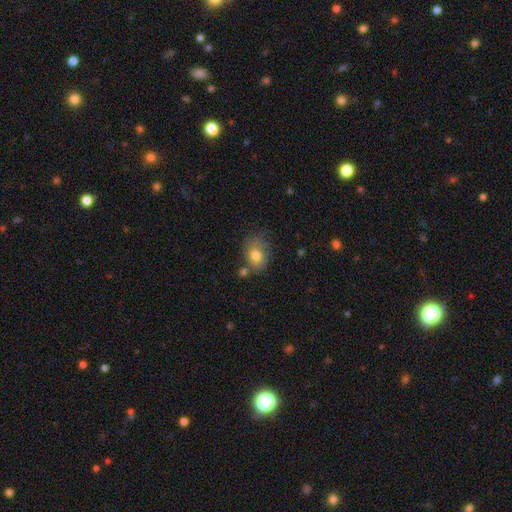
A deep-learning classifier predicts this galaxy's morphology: Smooth or featured? Predicted: smooth (p=0.76). How rounded? Predicted: in between (p=0.63). Merging? Predicted: none (p=0.58).